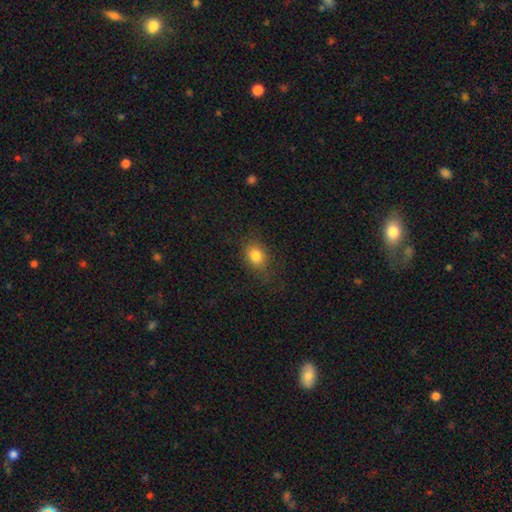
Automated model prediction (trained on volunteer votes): This is clearly a smooth galaxy (81%). How rounded: possibly in between (55%). Merging: likely none (77%).